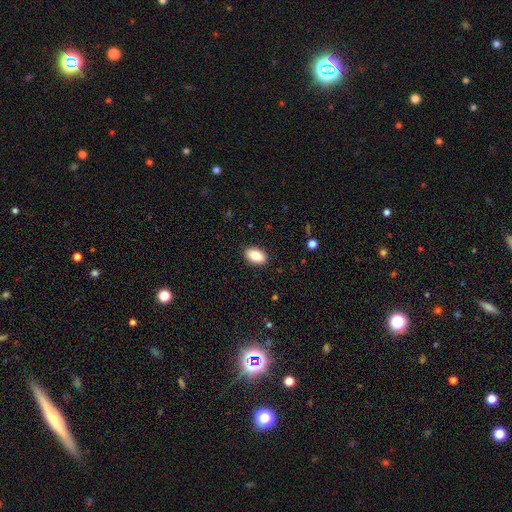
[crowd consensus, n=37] smooth-or-featured: smooth: 92% | featured or disk: 5% | star or artifact: 3%
  how-rounded: in between: 97% | cigar-shaped: 3% | round: 0%
  merging: none: 83% | minor disturbance: 14% | major disturbance: 3% | merger: 0%